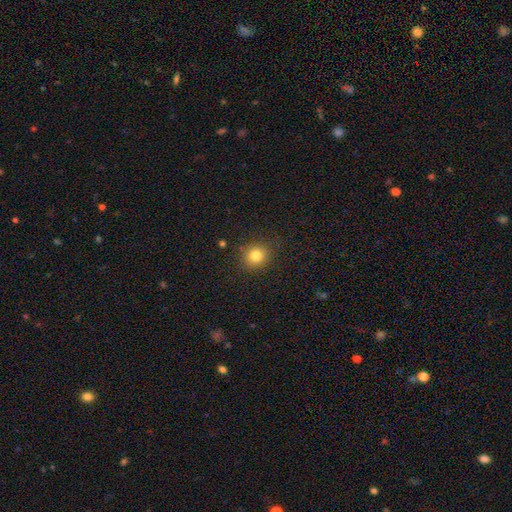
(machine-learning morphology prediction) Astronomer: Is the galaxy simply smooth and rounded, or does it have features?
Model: smooth — 81%.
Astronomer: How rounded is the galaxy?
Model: round — 81%.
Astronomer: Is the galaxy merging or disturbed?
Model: none — 85%.